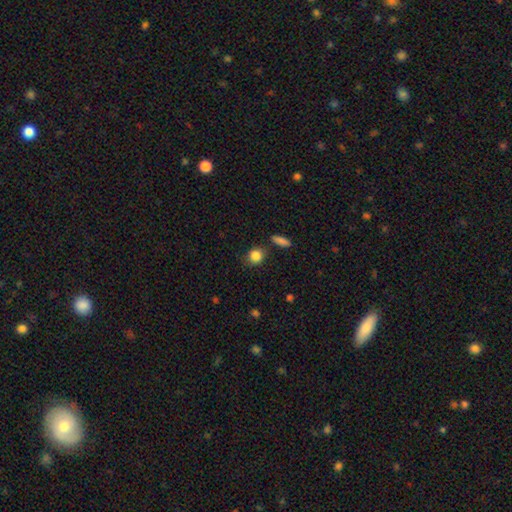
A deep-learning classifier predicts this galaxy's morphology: A smooth galaxy with no disk features (86%) that is round (71%).

Vote fractions:
- Smooth or featured? smooth: 86% / star or artifact: 9% / featured or disk: 5%
- How rounded? round: 71% / in between: 27% / cigar-shaped: 2%
- Merging? none: 75% / minor disturbance: 16% / merger: 5% / major disturbance: 4%